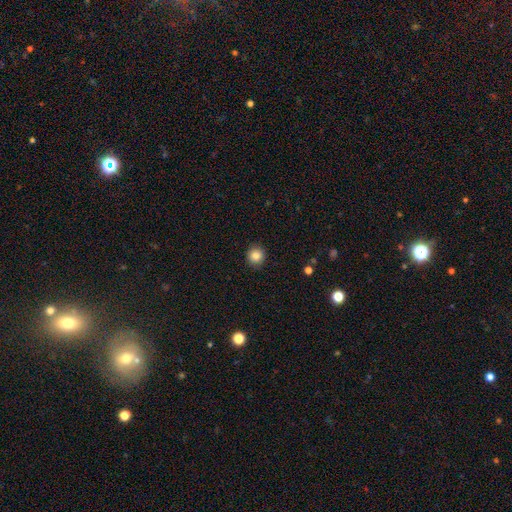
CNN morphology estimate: This appears to be a smooth galaxy with no disk features (85%) that is round (92%). Merging: none (92%).